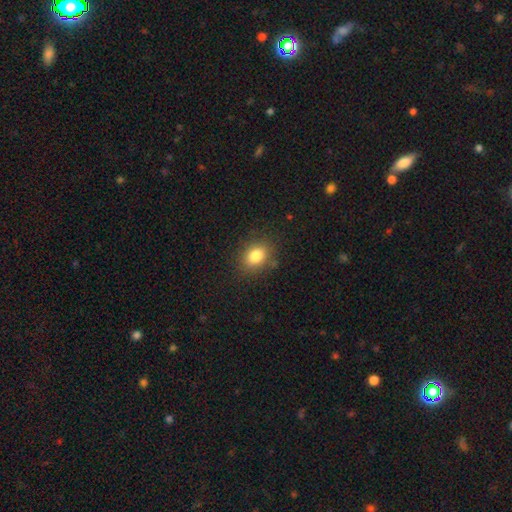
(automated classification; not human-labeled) A smooth galaxy with no disk features (82%) that is in between round and cigar-shaped (63%). Merging: none (84%).